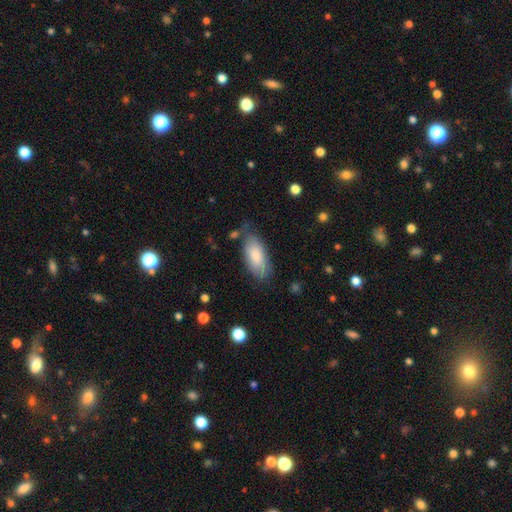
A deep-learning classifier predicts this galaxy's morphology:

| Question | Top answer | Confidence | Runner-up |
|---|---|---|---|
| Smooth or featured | smooth | 79% | featured or disk (15%) |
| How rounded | in between | 89% | cigar-shaped (9%) |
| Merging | none | 67% | minor disturbance (24%) |